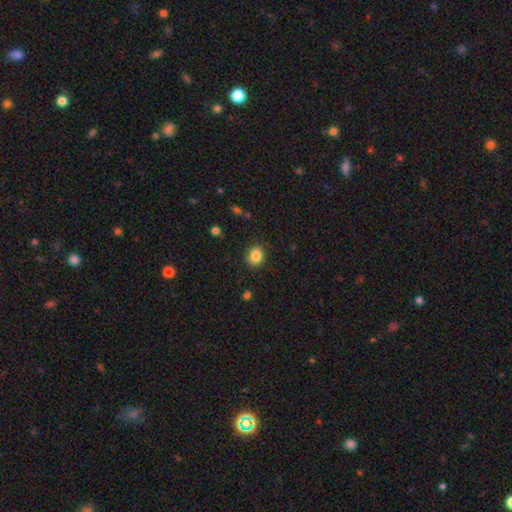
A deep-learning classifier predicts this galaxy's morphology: A smooth galaxy with no disk features (86%) that is round (65%). Merging: none (88%).